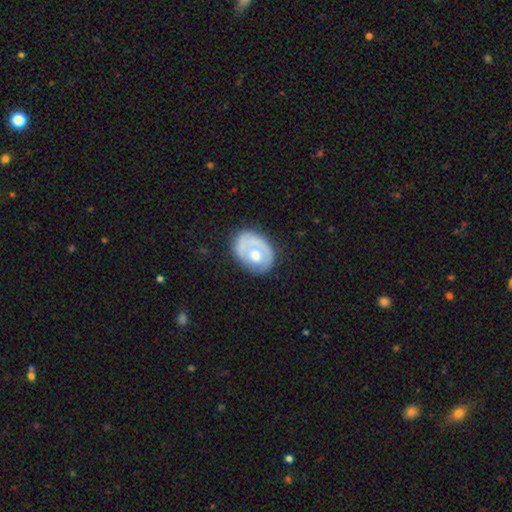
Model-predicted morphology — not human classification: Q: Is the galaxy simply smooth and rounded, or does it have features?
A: featured or disk — 53%.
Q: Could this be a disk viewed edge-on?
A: no — 96%.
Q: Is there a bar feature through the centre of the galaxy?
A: no — 85%.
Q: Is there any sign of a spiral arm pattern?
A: no — 60%.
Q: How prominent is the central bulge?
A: moderate — 66%.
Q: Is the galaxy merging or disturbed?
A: none — 56%.